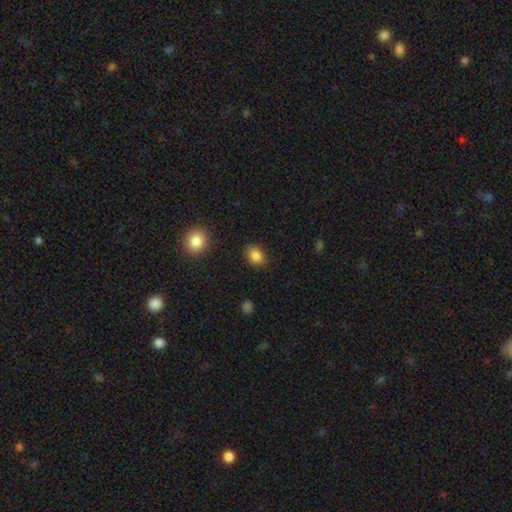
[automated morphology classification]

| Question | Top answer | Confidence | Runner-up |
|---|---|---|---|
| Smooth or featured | smooth | 85% | star or artifact (10%) |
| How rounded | in between | 58% | round (41%) |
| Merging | none | 83% | minor disturbance (13%) |